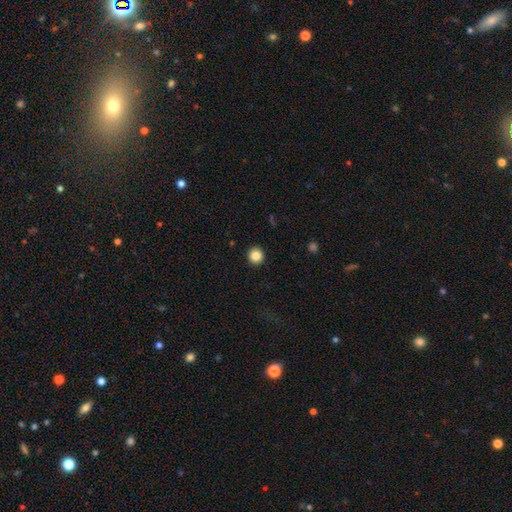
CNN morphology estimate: This appears to be a smooth galaxy with no disk features (86%) that is round (95%). Merging: none (93%).